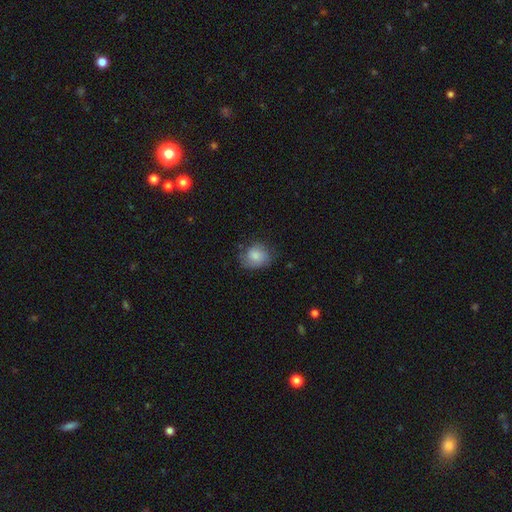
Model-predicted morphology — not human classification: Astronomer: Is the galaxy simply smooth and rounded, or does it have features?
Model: smooth — 77%.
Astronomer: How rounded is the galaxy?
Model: round — 62%.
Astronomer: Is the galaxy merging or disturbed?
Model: none — 61%.